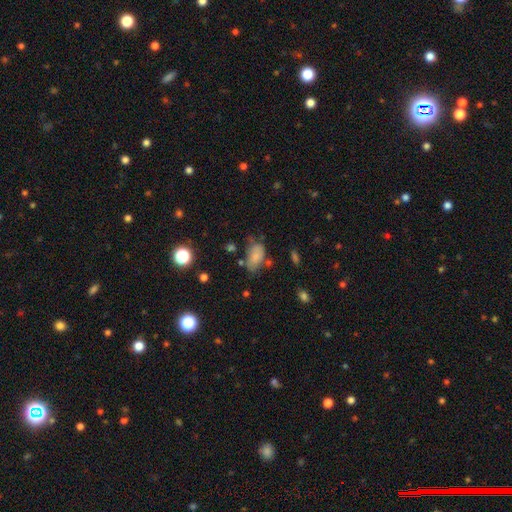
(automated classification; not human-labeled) Smooth or featured? smooth (75%)
How rounded? in between (90%)
Merging? none (46%)